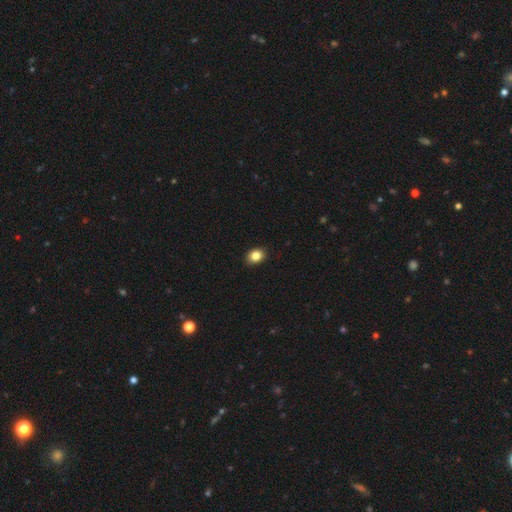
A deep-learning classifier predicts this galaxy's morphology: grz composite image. It shows a smooth galaxy with no disk features (85%) that is in between round and cigar-shaped (52%). Merging: none (88%).